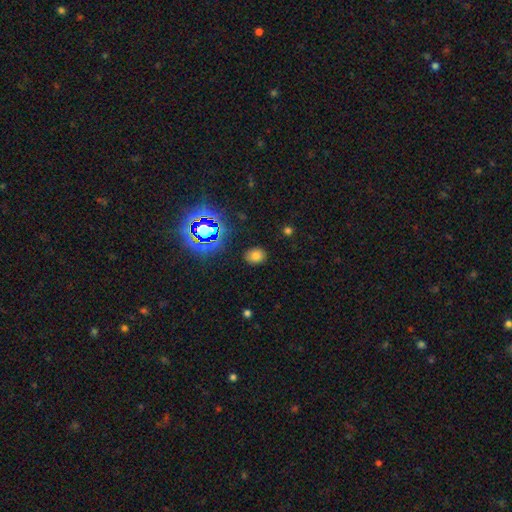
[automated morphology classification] Smooth or featured: smooth — 70% (star or artifact — 22%)
How rounded: in between — 53% (round — 46%)
Merging: none — 86% (minor disturbance — 9%)